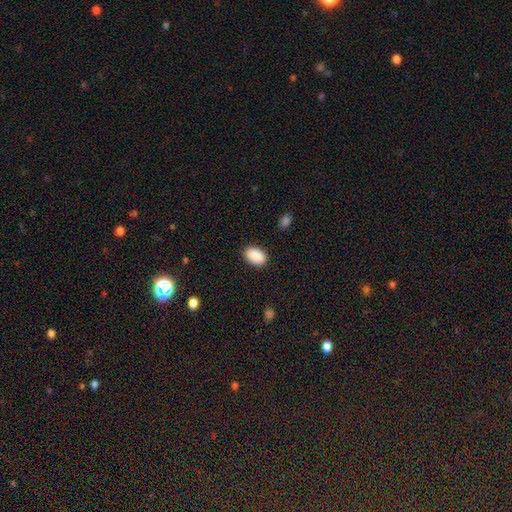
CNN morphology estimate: smooth 91%, star or artifact 6%, featured or disk 3%. Down the decision tree: how rounded — in between (90%); merging — none (89%).